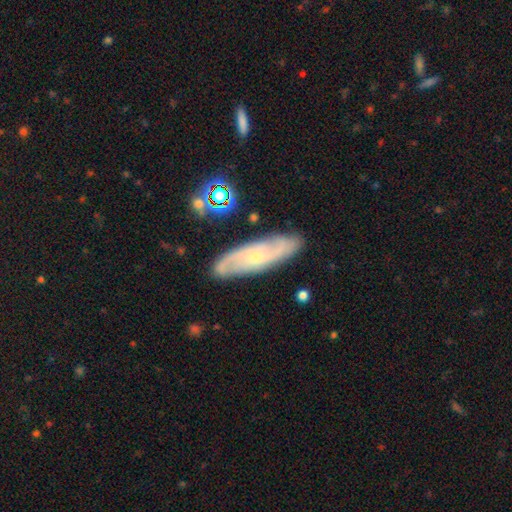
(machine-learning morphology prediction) Smooth or featured? Predicted: featured or disk (p=0.75). Edge-on disk? Predicted: no (p=0.84). Bar? Predicted: no (p=0.56). Spiral arms? Predicted: yes (p=0.94). Spiral winding? Predicted: medium (p=0.46). Spiral arm count? Predicted: 2 (p=0.59). Bulge size? Predicted: small (p=0.58). Merging? Predicted: none (p=0.83).